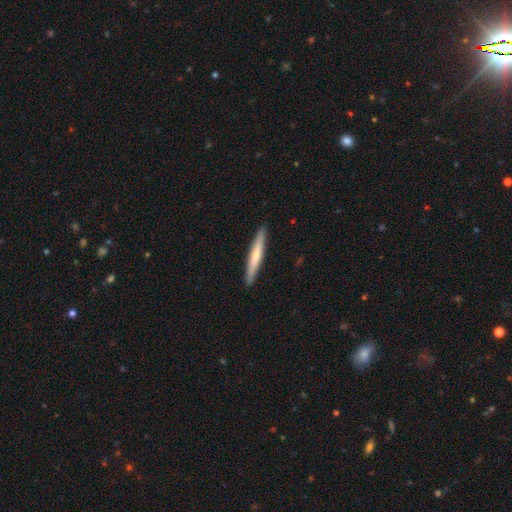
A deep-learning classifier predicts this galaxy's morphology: Smooth or featured?
  - smooth: 57% *
  - featured or disk: 39%
  - star or artifact: 5%
How rounded?
  - cigar-shaped: 95% *
  - in between: 4%
  - round: 1%
Merging?
  - none: 91% *
  - minor disturbance: 7%
  - major disturbance: 1%
  - merger: 1%